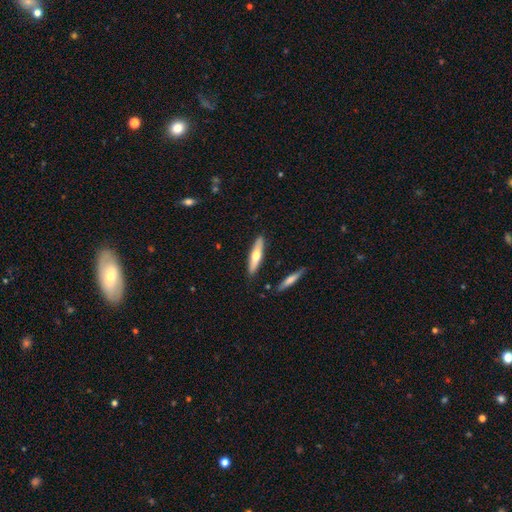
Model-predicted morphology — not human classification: type=smooth (53%); roundness=cigar-shaped (78%); merging=none (87%).